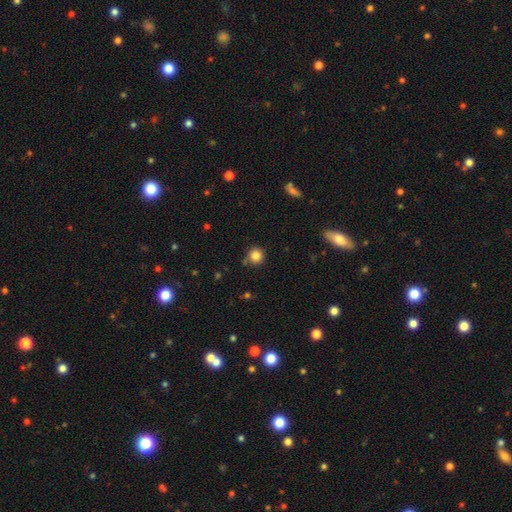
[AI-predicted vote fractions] Smooth or featured?
  - smooth: 84% *
  - star or artifact: 11%
  - featured or disk: 5%
How rounded?
  - round: 93% *
  - in between: 6%
  - cigar-shaped: 1%
Merging?
  - none: 78% *
  - minor disturbance: 13%
  - merger: 6%
  - major disturbance: 3%